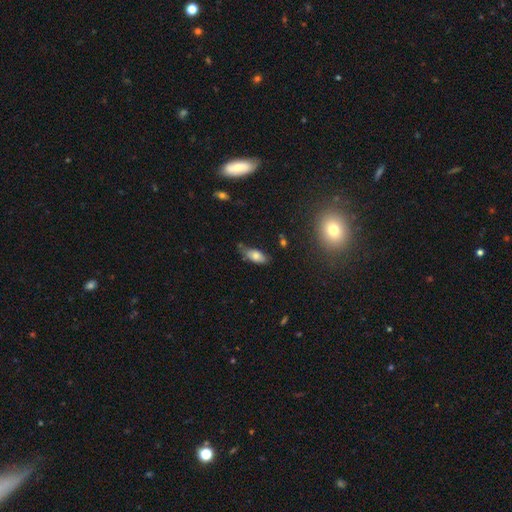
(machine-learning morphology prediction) smooth 73%, featured or disk 18%, star or artifact 9%. Down the decision tree: how rounded — in between (84%); merging — none (54%).